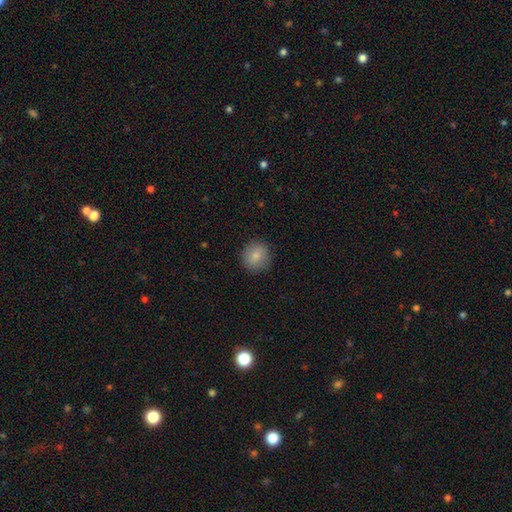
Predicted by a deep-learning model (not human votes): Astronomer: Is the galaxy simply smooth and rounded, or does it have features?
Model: smooth — 83%.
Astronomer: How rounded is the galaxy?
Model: round — 89%.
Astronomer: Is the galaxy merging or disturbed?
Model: none — 89%.